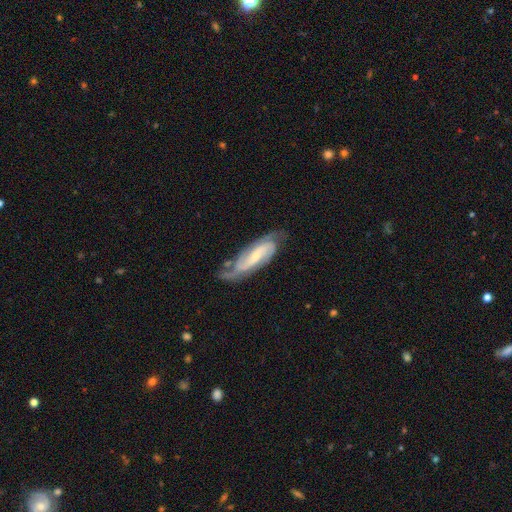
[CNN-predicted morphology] type=featured or disk (82%); edge-on=no (88%); bar=weak (42%); spiral arms=yes (96%); winding=medium (45%); arm count=2 (68%); bulge=small (55%); merging=none (66%).